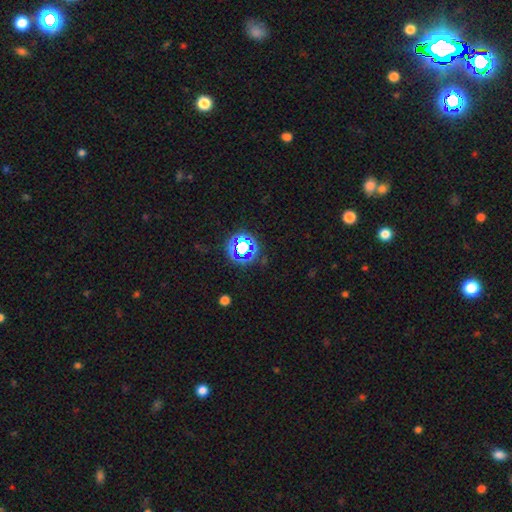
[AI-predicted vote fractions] smooth-or-featured: star or artifact: 68% | smooth: 24% | featured or disk: 8%